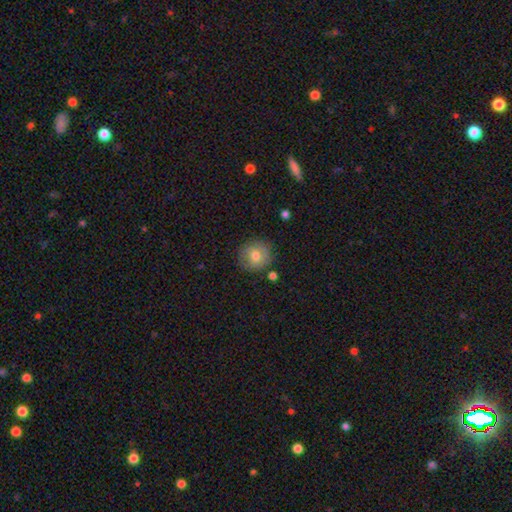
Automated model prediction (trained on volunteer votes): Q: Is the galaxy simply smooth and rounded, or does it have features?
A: smooth — 72%.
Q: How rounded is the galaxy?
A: round — 88%.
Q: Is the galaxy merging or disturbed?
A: none — 81%.